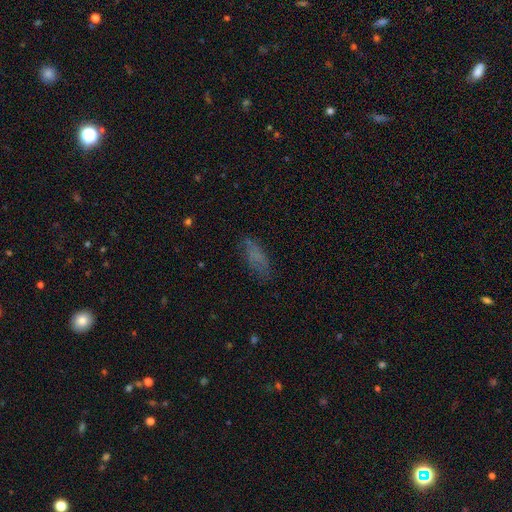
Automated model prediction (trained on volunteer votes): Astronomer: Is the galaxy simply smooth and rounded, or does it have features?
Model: smooth — 68%.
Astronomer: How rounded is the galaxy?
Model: in between — 66%.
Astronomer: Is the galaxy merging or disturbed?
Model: none — 70%.